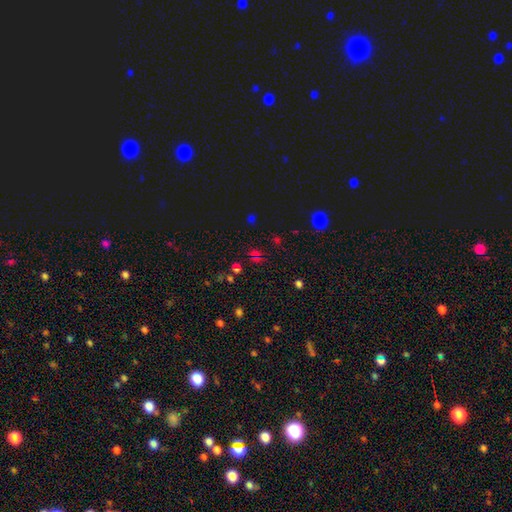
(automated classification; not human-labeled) A star or artifact, not a galaxy (58%).